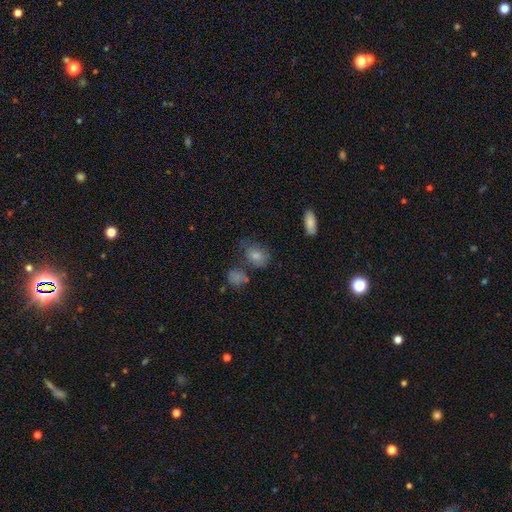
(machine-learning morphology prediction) Overall: smooth (64%). How rounded: in between (64%; round 34%). Merging: none (55%; minor disturbance 21%).